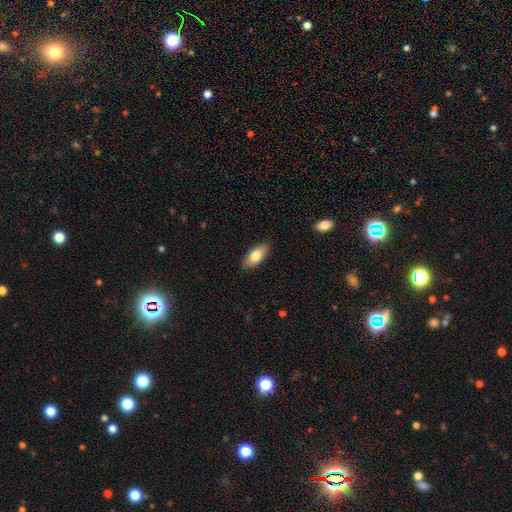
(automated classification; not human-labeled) This is likely a smooth galaxy (79%). How rounded: clearly in between (86%). Merging: clearly none (88%).